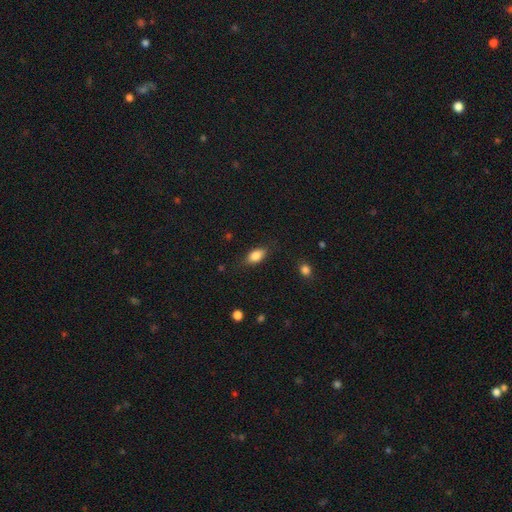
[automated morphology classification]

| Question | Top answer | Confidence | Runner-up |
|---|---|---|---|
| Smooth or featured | smooth | 81% | featured or disk (11%) |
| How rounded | in between | 87% | round (7%) |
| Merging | none | 78% | minor disturbance (16%) |